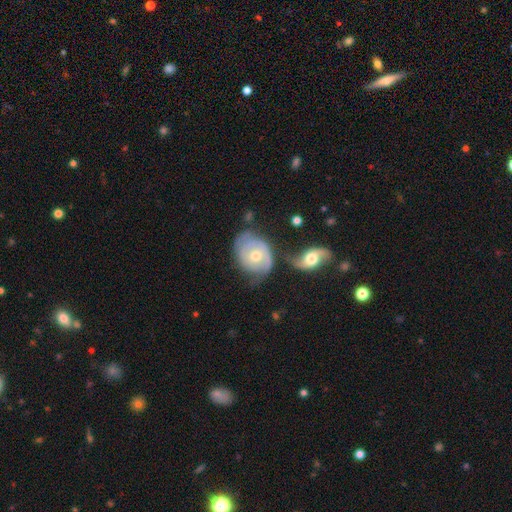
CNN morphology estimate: type=featured or disk (72%); edge-on=no (96%); bar=no (74%); spiral arms=yes (79%); winding=tight (50%); arm count=2 (61%); bulge=moderate (73%); merging=none (42%).